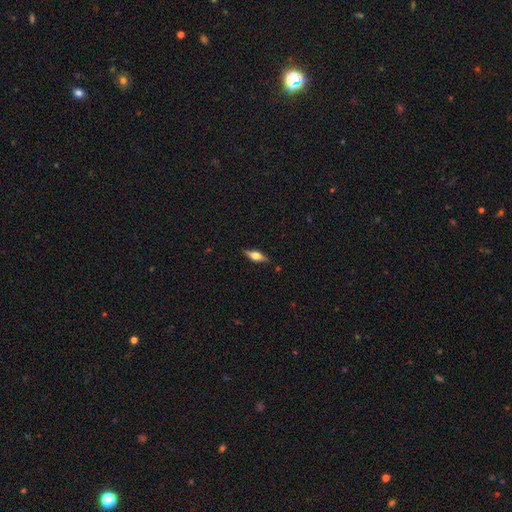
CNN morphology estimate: Q: Smooth or featured?
A: featured or disk (51%); runner-up: smooth (42%)
Q: Edge-on disk?
A: yes (93%); runner-up: no (7%)
Q: Merging?
A: none (85%); runner-up: minor disturbance (11%)